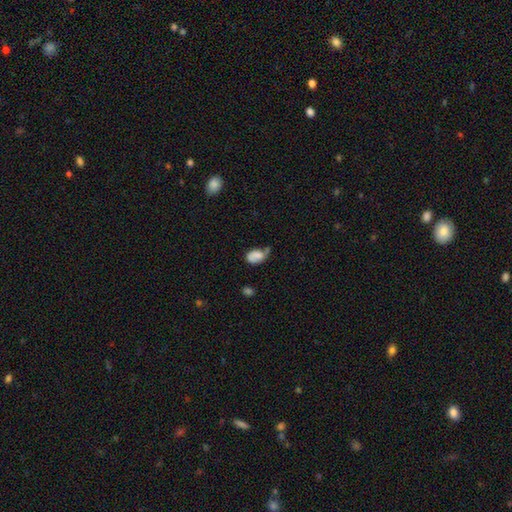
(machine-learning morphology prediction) The model was most divided on "merging": minor disturbance: 37%, none: 34%, major disturbance: 17%, merger: 12%. More confident: how rounded — in between (83%); smooth or featured — smooth (64%).